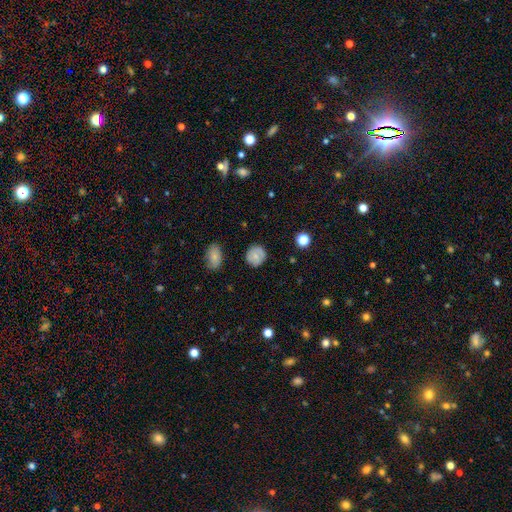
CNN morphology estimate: Q: Smooth or featured?
A: smooth (67%); runner-up: featured or disk (24%)
Q: How rounded?
A: round (85%); runner-up: in between (13%)
Q: Merging?
A: none (82%); runner-up: minor disturbance (13%)